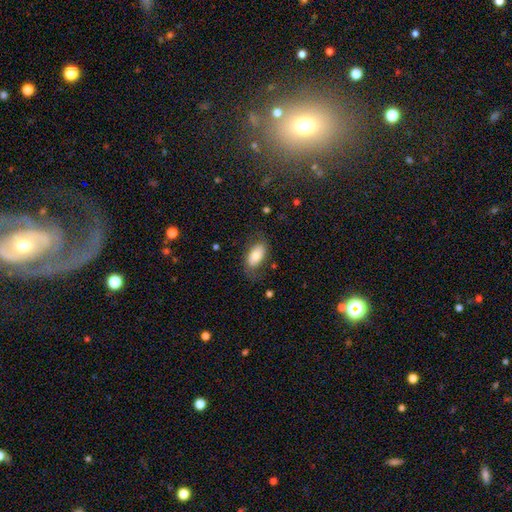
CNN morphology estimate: A smooth galaxy with no disk features (75%) that is in between round and cigar-shaped (92%). Merging: none (68%).